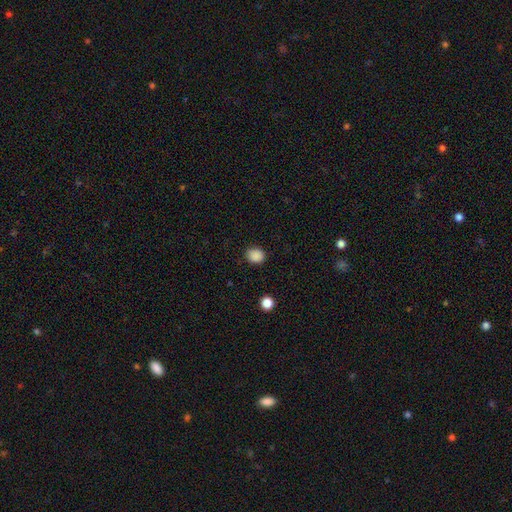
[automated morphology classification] smooth 87%, star or artifact 10%, featured or disk 2%. Down the decision tree: how rounded — round (67%); merging — none (88%).